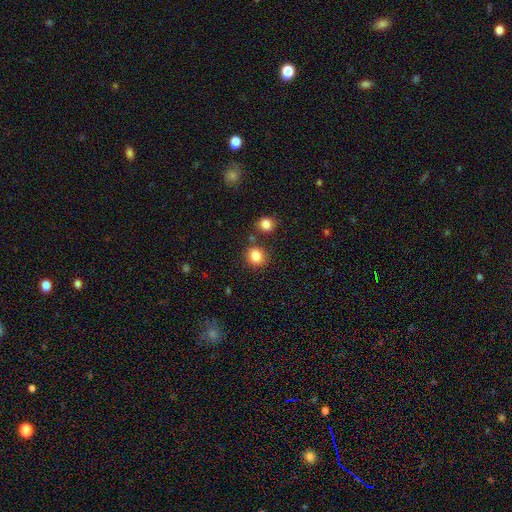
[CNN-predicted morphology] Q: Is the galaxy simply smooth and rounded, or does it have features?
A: smooth — 85%.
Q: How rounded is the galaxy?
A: round — 81%.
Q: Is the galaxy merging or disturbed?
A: none — 78%.